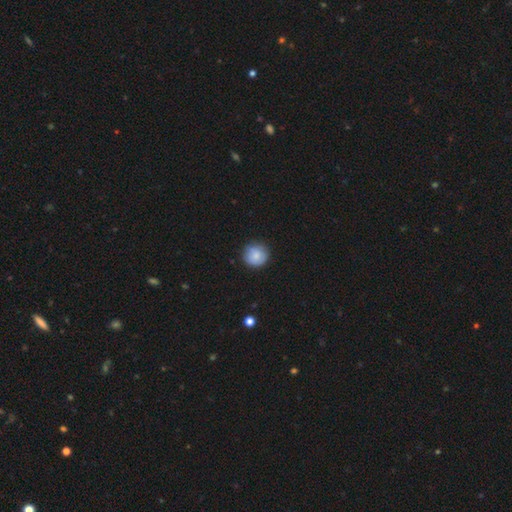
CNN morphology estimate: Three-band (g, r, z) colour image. It shows a smooth galaxy with no disk features (81%) that is round (94%). Merging: none (84%).